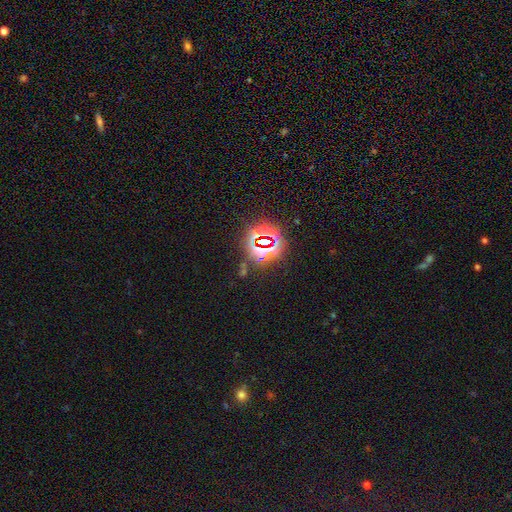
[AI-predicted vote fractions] Overall: star or artifact (80%).